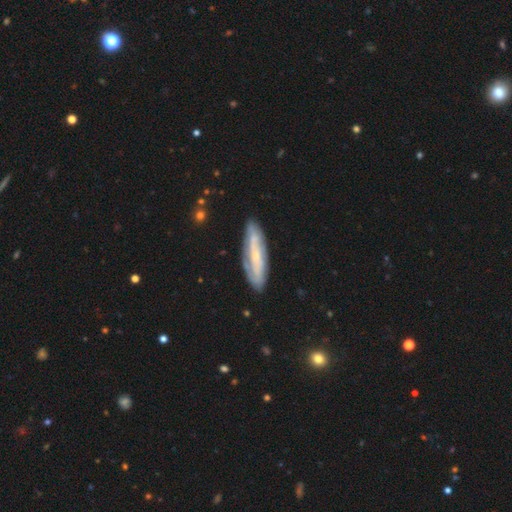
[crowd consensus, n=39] This is likely a featured or disk galaxy (64%). It is likely not viewed edge-on (60%). Bar: likely no (73%). Spiral arm pattern: likely yes (60%). Spiral arm count: likely can't tell (67%). Spiral winding: possibly medium (56%). Central bulge: clearly small (93%). Merging: clearly none (84%).